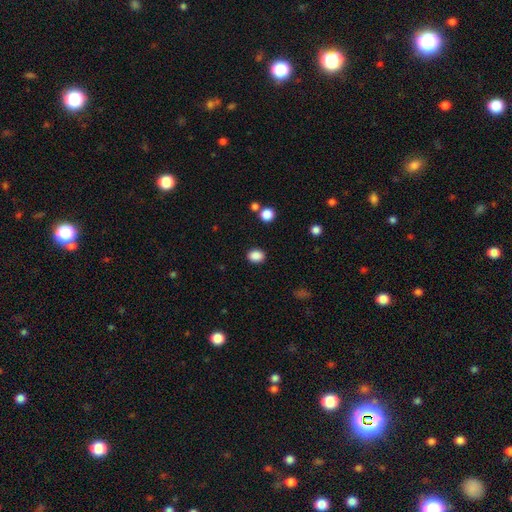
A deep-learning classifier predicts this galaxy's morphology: type=smooth (87%); roundness=in between (61%); merging=none (88%).